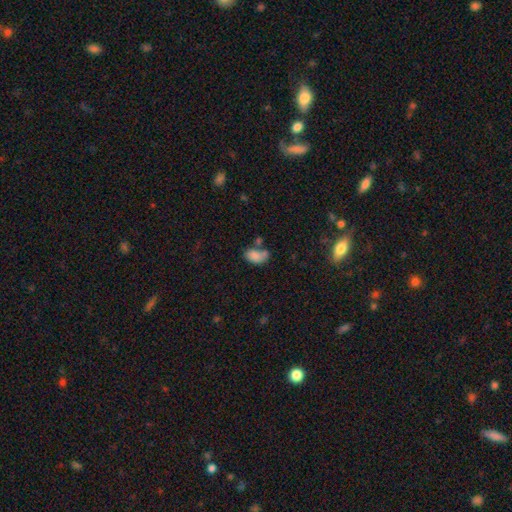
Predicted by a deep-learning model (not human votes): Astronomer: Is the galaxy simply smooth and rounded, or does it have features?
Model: smooth — 79%.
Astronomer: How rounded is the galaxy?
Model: in between — 88%.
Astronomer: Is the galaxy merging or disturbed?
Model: none — 36% (runner-up: merger, 33%).